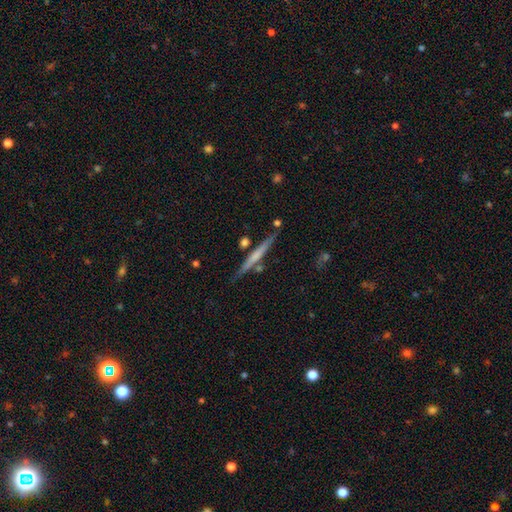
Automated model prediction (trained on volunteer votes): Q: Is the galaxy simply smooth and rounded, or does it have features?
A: featured or disk — 55%.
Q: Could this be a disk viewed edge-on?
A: yes — 97%.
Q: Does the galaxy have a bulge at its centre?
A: none — 65%.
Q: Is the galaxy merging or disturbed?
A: none — 82%.